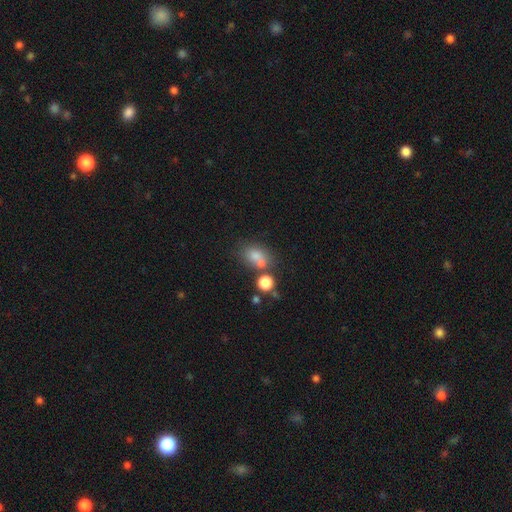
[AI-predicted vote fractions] A smooth galaxy with no disk features (72%) that is in between round and cigar-shaped (60%).

Vote fractions:
- Smooth or featured? smooth: 72% / star or artifact: 15% / featured or disk: 13%
- How rounded? in between: 60% / round: 38% / cigar-shaped: 2%
- Merging? none: 42% / merger: 37% / minor disturbance: 13% / major disturbance: 7%